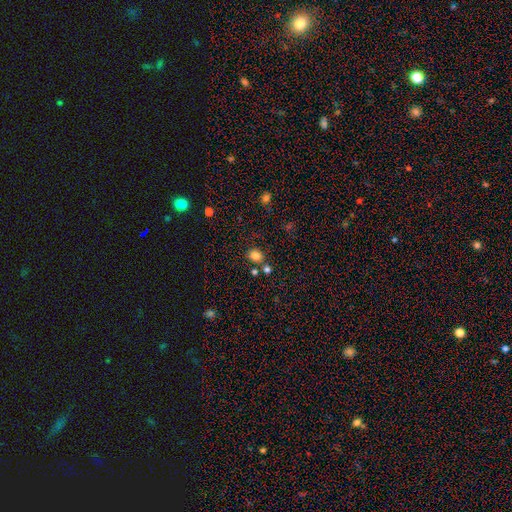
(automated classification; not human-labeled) This appears to be a smooth galaxy with no disk features (81%) that is round (54%). Merging: none (72%).